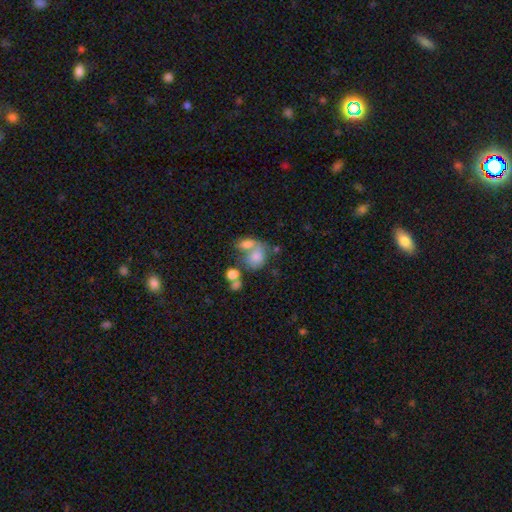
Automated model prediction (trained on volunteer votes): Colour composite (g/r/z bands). It shows a smooth galaxy with no disk features (72%) that is in between round and cigar-shaped (58%). Merging: merger (57%).